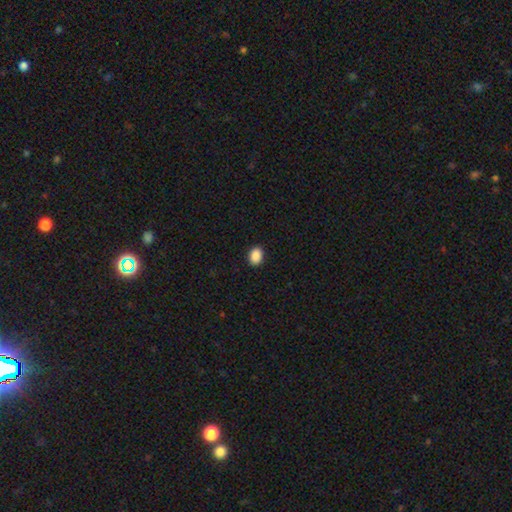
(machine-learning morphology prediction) Smooth or featured?
  - smooth: 90% *
  - star or artifact: 8%
  - featured or disk: 2%
How rounded?
  - in between: 71% *
  - round: 28%
  - cigar-shaped: 1%
Merging?
  - none: 91% *
  - minor disturbance: 7%
  - major disturbance: 2%
  - merger: 1%